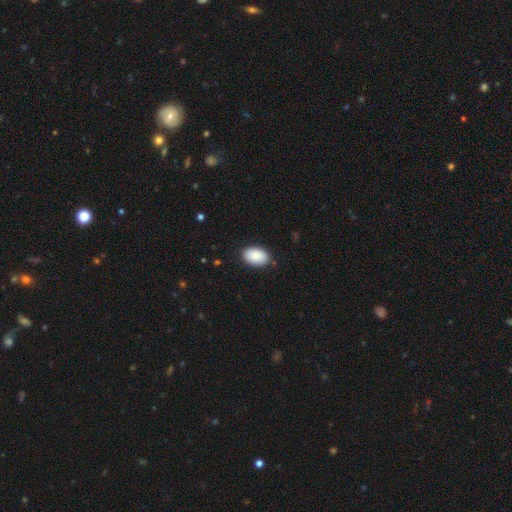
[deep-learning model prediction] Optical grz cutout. It shows a smooth galaxy with no disk features (91%) that is in between round and cigar-shaped (93%). Merging: none (87%).